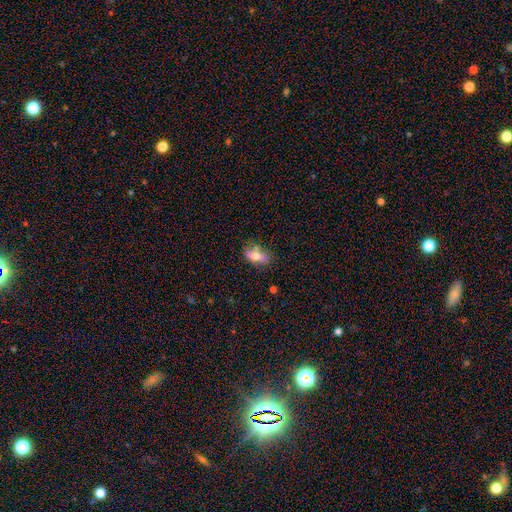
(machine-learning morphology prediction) This appears to be a smooth galaxy with no disk features (67%) that is in between round and cigar-shaped (82%). Merging: none (53%).